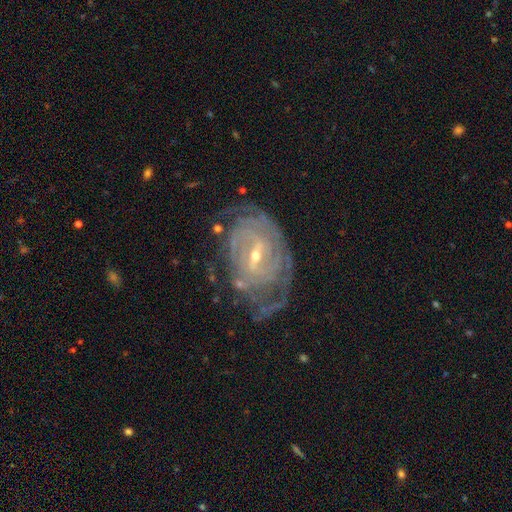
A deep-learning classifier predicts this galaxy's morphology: Smooth or featured?
  - featured or disk: 88% *
  - smooth: 6%
  - star or artifact: 6%
Edge-on disk?
  - no: 96% *
  - yes: 4%
Bar?
  - weak: 49% *
  - strong: 34%
  - no: 17%
Spiral arms?
  - yes: 95% *
  - no: 5%
Spiral winding?
  - tight: 73% *
  - medium: 21%
  - loose: 5%
Spiral arm count?
  - can't tell: 39% *
  - 2: 19%
  - 4: 15%
  - 3: 14%
  - more than 4: 8%
  - 1: 5%
Bulge size?
  - small: 63% *
  - moderate: 34%
  - large: 1%
  - none: 1%
  - dominant: 1%
Merging?
  - none: 62% *
  - minor disturbance: 21%
  - major disturbance: 14%
  - merger: 2%